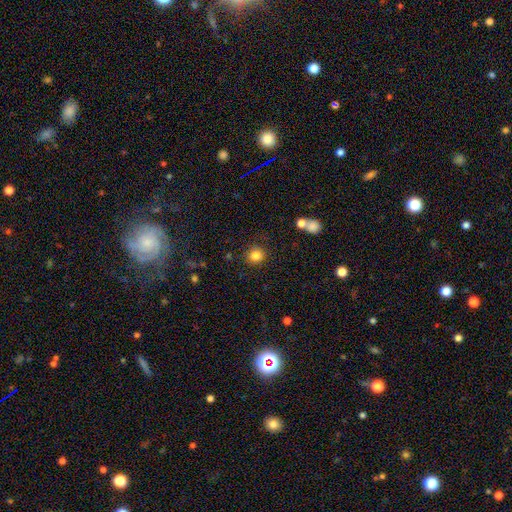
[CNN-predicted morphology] This appears to be a smooth galaxy with no disk features (84%) that is round (86%). Merging: none (86%).